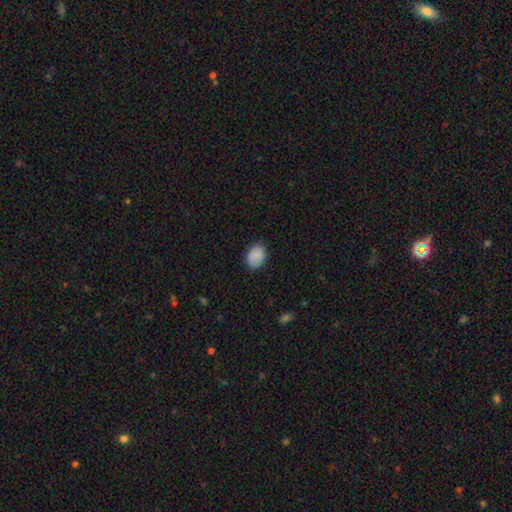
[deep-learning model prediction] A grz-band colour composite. It shows a smooth galaxy with no disk features (88%) that is in between round and cigar-shaped (73%). Merging: none (83%).